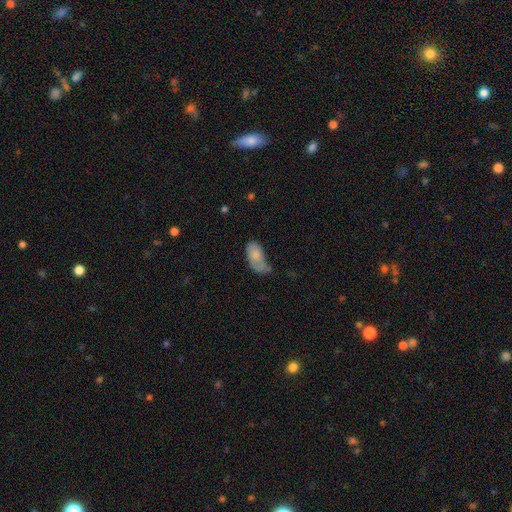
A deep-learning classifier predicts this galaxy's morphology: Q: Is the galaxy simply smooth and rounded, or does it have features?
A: smooth — 73%.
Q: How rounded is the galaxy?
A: in between — 92%.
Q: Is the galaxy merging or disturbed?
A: minor disturbance — 35%.